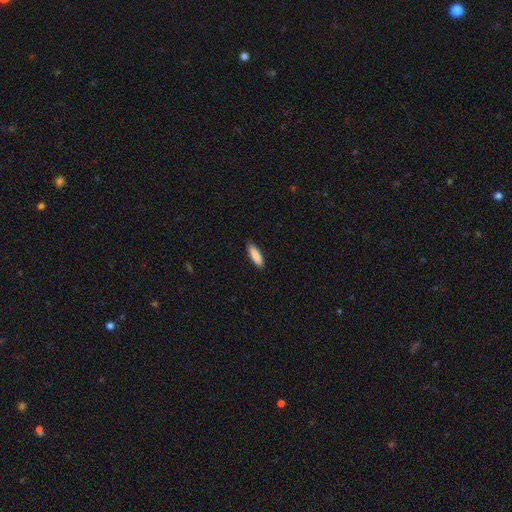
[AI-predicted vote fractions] Overall: smooth (88%). How rounded: cigar-shaped (55%; in between 44%). Merging: none (89%).